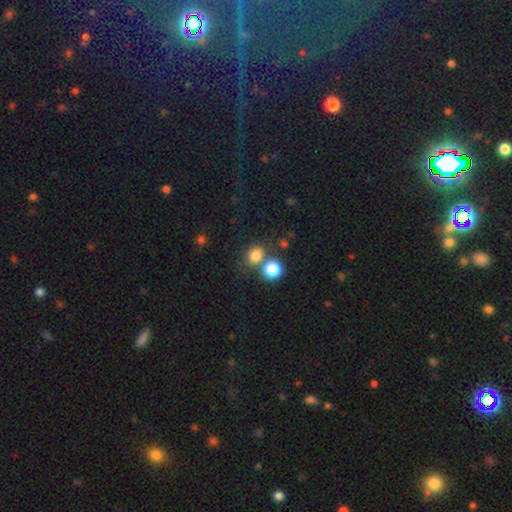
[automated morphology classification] This is clearly a smooth galaxy (80%). How rounded: likely round (66%). Merging: possibly none (56%).